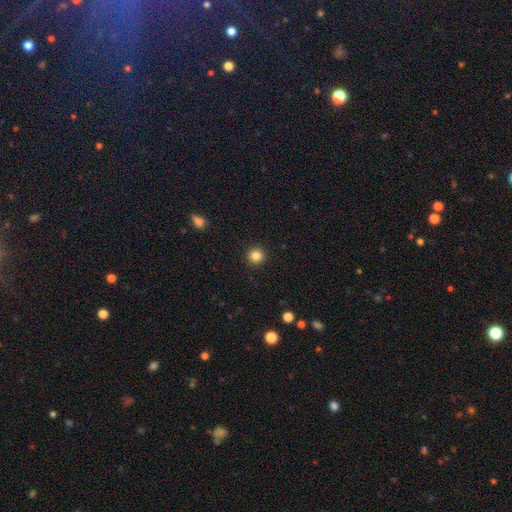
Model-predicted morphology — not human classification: Smooth or featured?
  - smooth: 84% *
  - star or artifact: 12%
  - featured or disk: 4%
How rounded?
  - round: 95% *
  - in between: 4%
  - cigar-shaped: 1%
Merging?
  - none: 93% *
  - minor disturbance: 4%
  - major disturbance: 2%
  - merger: 1%